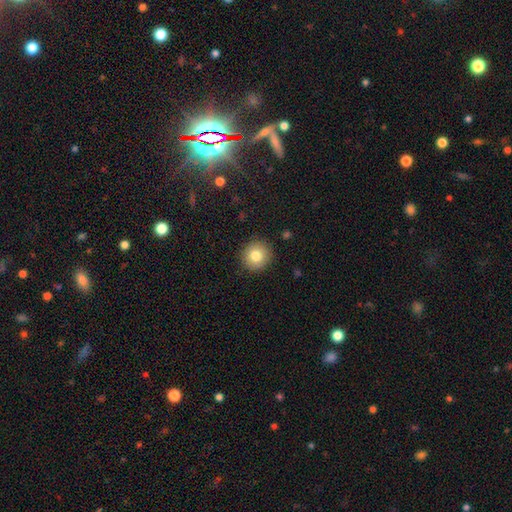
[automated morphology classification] A smooth galaxy with no disk features (80%) that is round (92%).

Vote fractions:
- Smooth or featured? smooth: 80% / featured or disk: 10% / star or artifact: 10%
- How rounded? round: 92% / in between: 7% / cigar-shaped: 1%
- Merging? none: 91% / minor disturbance: 6% / major disturbance: 2% / merger: 1%